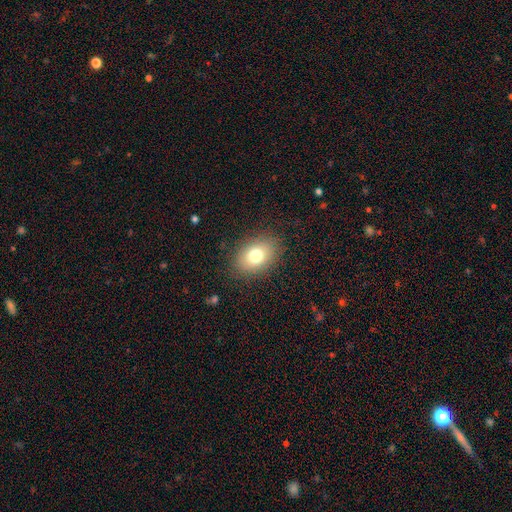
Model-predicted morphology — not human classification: Smooth or featured?
  - smooth: 77% *
  - featured or disk: 13%
  - star or artifact: 10%
How rounded?
  - in between: 78% *
  - round: 21%
  - cigar-shaped: 1%
Merging?
  - none: 86% *
  - minor disturbance: 10%
  - major disturbance: 4%
  - merger: 1%